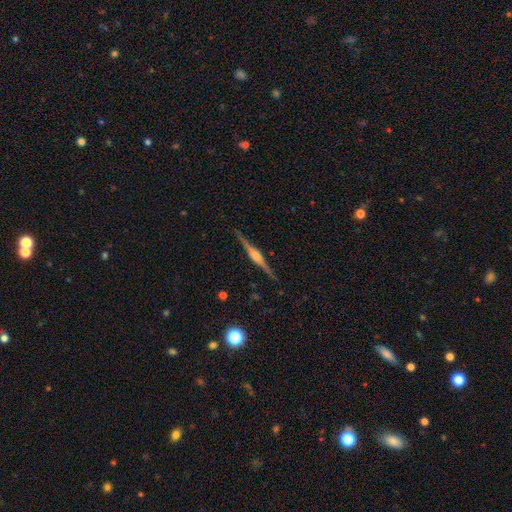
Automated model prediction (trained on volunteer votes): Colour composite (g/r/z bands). It shows a featured or disk galaxy (85%) viewed edge-on (98%) with a rounded central bulge (79%). Merging: none (90%).